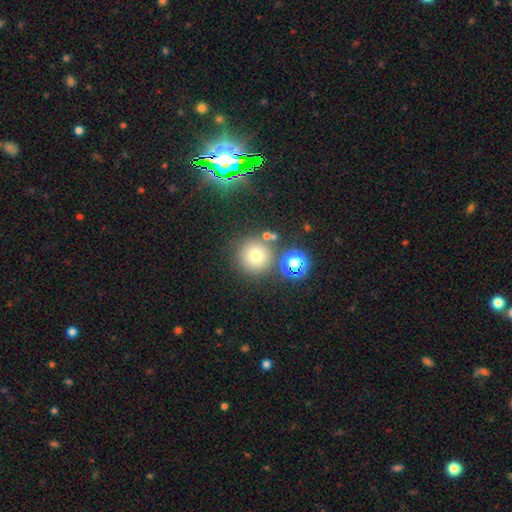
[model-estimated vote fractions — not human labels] This appears to be a smooth galaxy with no disk features (71%) that is round (95%). Merging: none (78%).